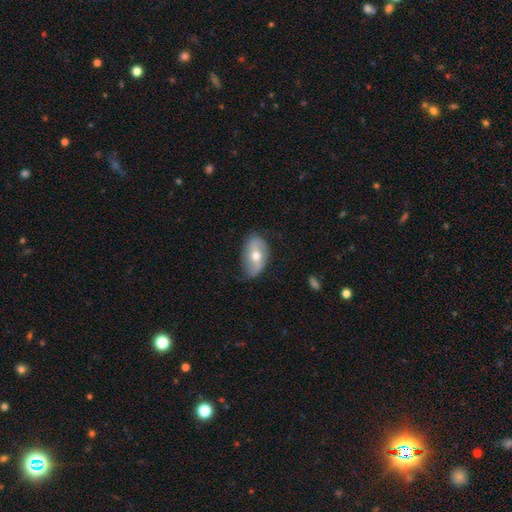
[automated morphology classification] This is possibly a featured or disk galaxy (51%). It is clearly not viewed edge-on (89%). Merging: likely none (72%).